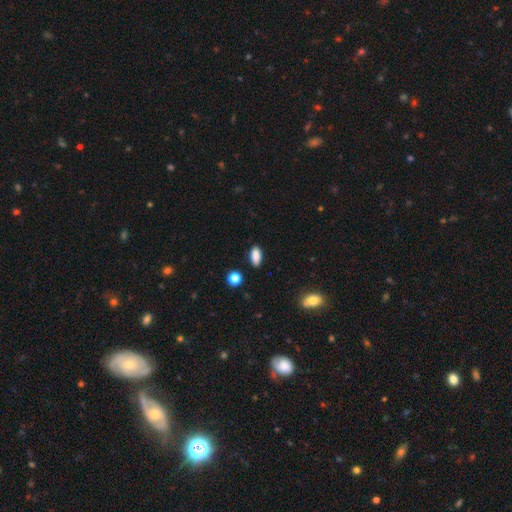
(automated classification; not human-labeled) Morphology: type=smooth (87%); roundness=in between (86%); merging=none (86%).